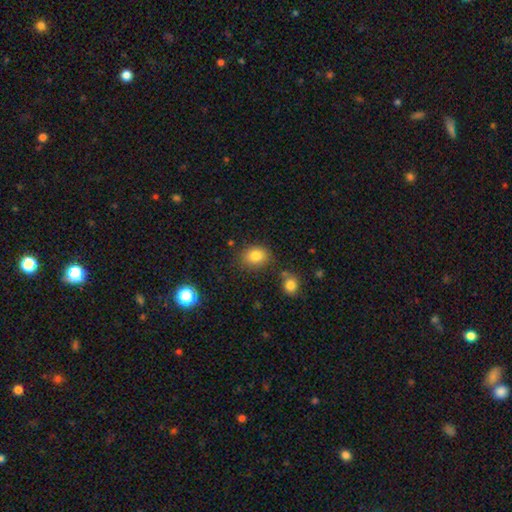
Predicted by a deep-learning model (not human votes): This is clearly a smooth galaxy (82%). How rounded: possibly in between (55%). Merging: likely none (76%).